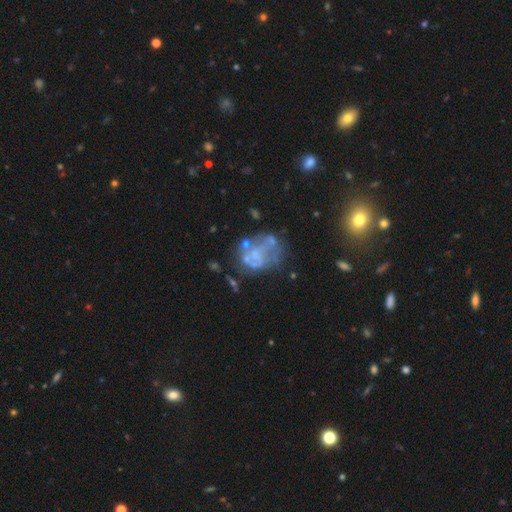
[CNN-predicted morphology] Q: Smooth or featured?
A: featured or disk (64%); runner-up: smooth (23%)
Q: Edge-on disk?
A: no (98%); runner-up: yes (2%)
Q: Bar?
A: no (88%); runner-up: weak (9%)
Q: Spiral arms?
A: no (83%); runner-up: yes (17%)
Q: Bulge size?
A: none (71%); runner-up: small (16%)
Q: Merging?
A: none (37%); runner-up: major disturbance (27%)